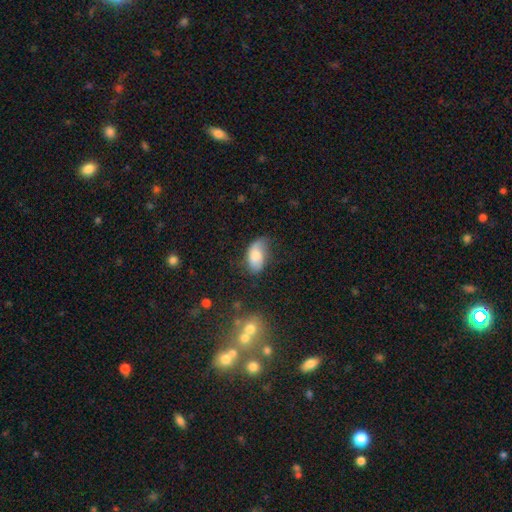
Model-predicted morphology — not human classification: This appears to be a smooth galaxy with no disk features (71%) that is in between round and cigar-shaped (93%). Merging: none (47%).